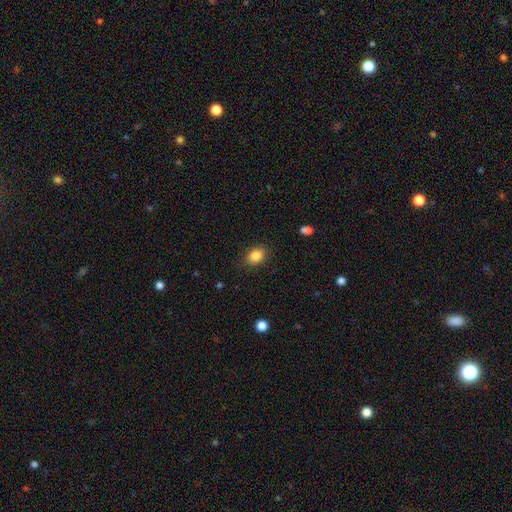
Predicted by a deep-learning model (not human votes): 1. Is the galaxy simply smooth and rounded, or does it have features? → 86% smooth, 9% star or artifact, 5% featured or disk.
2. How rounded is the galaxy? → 68% in between, 31% round, 1% cigar-shaped.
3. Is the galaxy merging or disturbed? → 84% none, 12% minor disturbance, 3% major disturbance, 1% merger.